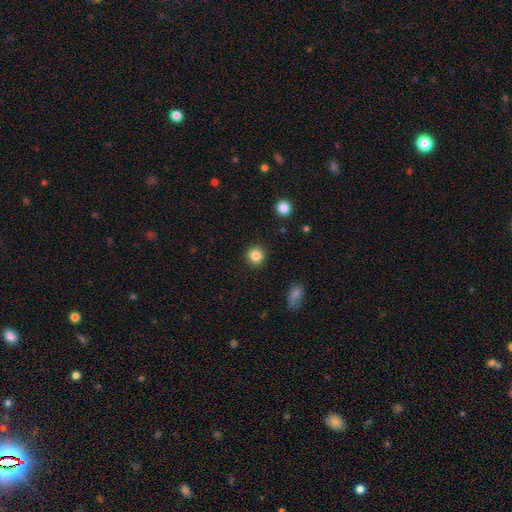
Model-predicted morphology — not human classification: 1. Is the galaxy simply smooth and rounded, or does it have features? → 85% smooth, 10% star or artifact, 5% featured or disk.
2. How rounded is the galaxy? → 93% round, 6% in between, 1% cigar-shaped.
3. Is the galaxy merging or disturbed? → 92% none, 5% minor disturbance, 2% major disturbance, 1% merger.